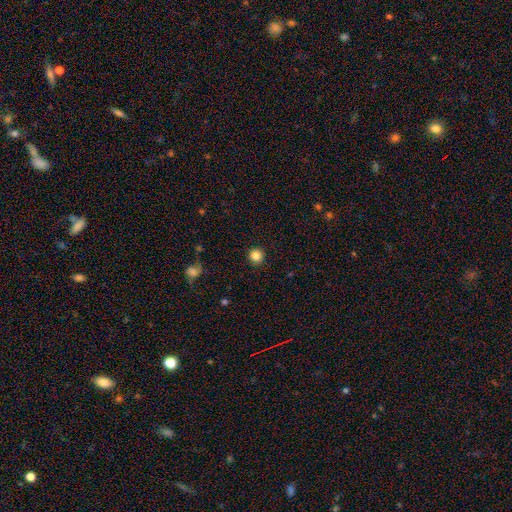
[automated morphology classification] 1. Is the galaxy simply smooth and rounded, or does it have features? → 85% smooth, 11% star or artifact, 4% featured or disk.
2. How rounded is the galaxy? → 94% round, 5% in between, 1% cigar-shaped.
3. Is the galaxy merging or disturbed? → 92% none, 5% minor disturbance, 2% major disturbance, 1% merger.